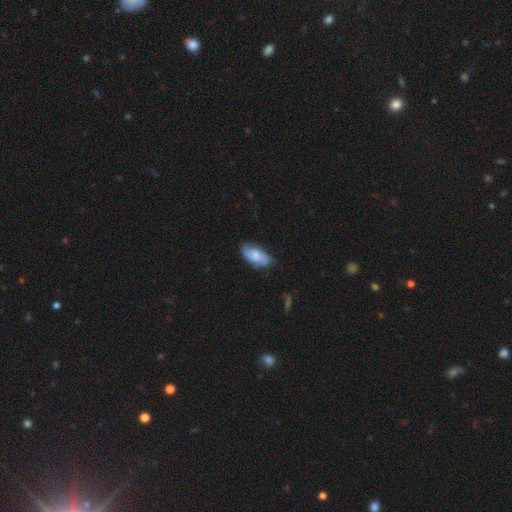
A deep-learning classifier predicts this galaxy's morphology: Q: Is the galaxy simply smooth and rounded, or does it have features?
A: smooth — 58%.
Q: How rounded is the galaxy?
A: in between — 89%.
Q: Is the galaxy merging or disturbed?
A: none — 67%.